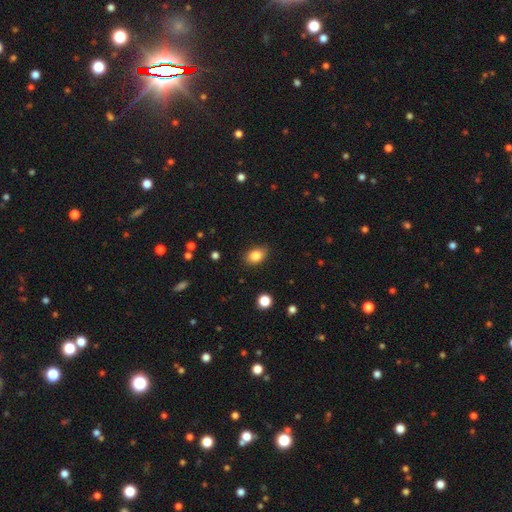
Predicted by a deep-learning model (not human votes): This appears to be a smooth galaxy with no disk features (85%) that is in between round and cigar-shaped (72%). Merging: none (83%).